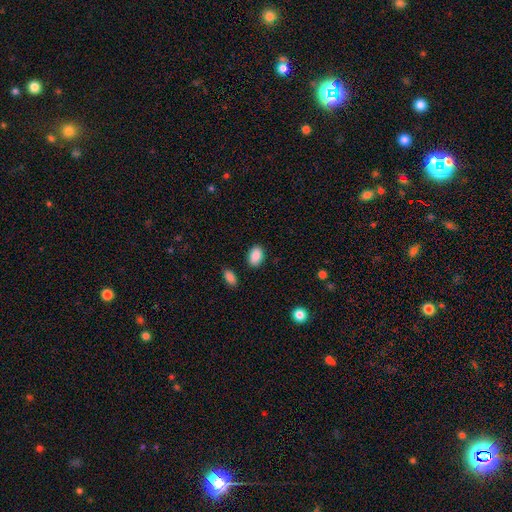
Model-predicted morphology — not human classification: Smooth or featured? Predicted: smooth (p=0.89). How rounded? Predicted: in between (p=0.86). Merging? Predicted: none (p=0.86).